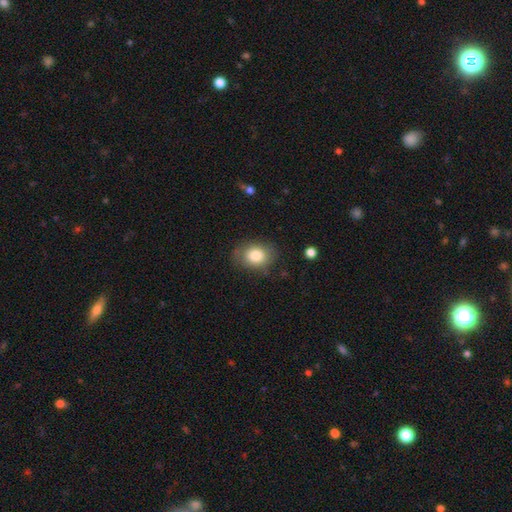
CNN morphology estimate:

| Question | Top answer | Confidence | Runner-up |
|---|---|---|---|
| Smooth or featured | smooth | 82% | featured or disk (9%) |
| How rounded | in between | 56% | round (43%) |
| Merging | none | 76% | minor disturbance (17%) |